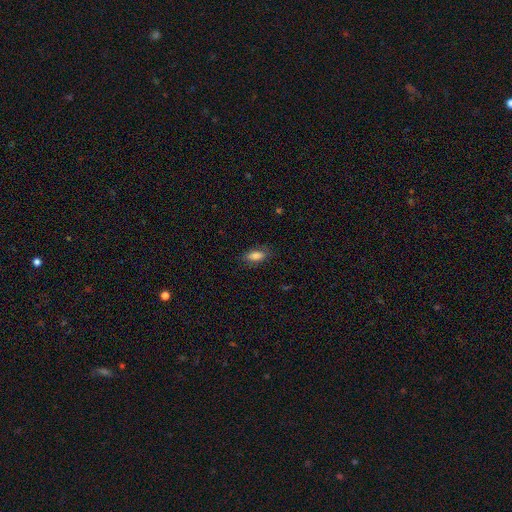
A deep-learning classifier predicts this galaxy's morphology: A smooth galaxy with no disk features (82%) that is in between round and cigar-shaped (83%).

Vote fractions:
- Smooth or featured? smooth: 82% / featured or disk: 10% / star or artifact: 8%
- How rounded? in between: 83% / cigar-shaped: 14% / round: 4%
- Merging? none: 81% / minor disturbance: 15% / major disturbance: 3% / merger: 1%